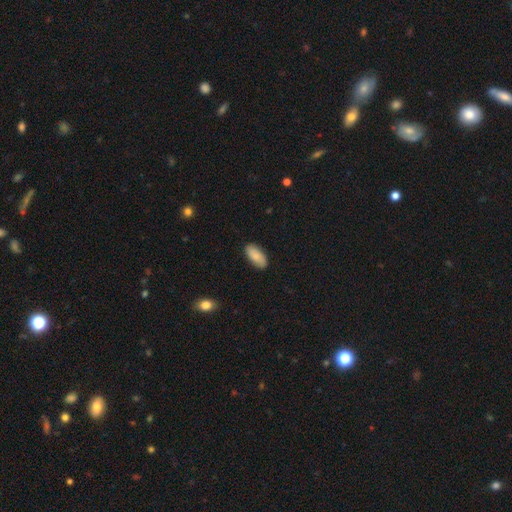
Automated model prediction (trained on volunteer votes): Q: Smooth or featured?
A: smooth (84%); runner-up: featured or disk (10%)
Q: How rounded?
A: in between (92%); runner-up: cigar-shaped (6%)
Q: Merging?
A: none (86%); runner-up: minor disturbance (11%)